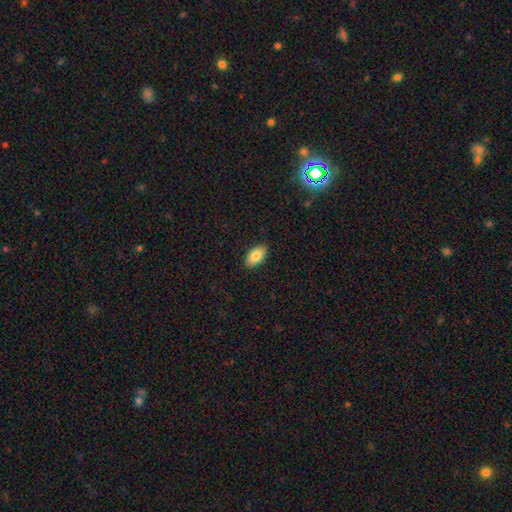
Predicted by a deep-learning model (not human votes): Smooth or featured? smooth (85%)
How rounded? in between (94%)
Merging? none (89%)